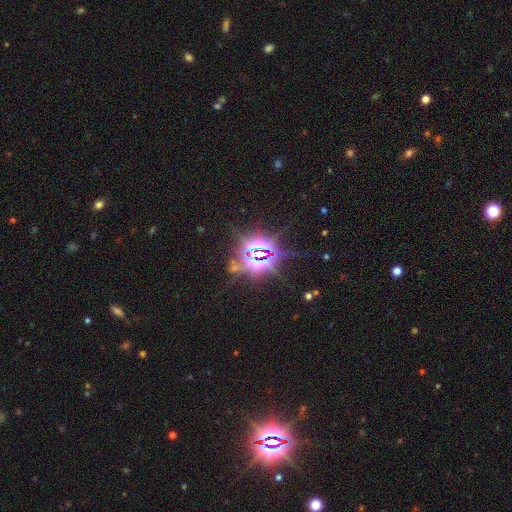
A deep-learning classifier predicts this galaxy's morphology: Smooth or featured?
  - star or artifact: 84% *
  - smooth: 8%
  - featured or disk: 8%